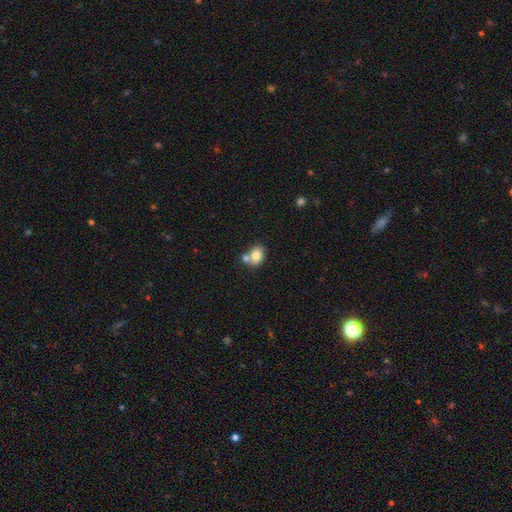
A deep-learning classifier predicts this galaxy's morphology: Overall: smooth (80%). How rounded: in between (65%; round 34%). Merging: none (45%; merger 41%).